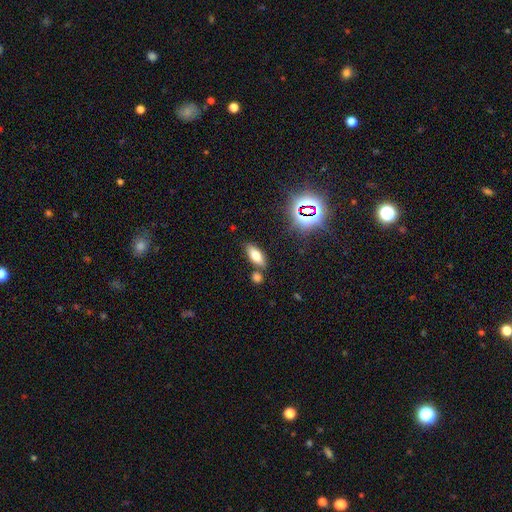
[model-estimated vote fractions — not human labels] This is likely a smooth galaxy (71%). How rounded: likely in between (80%). Merging: likely none (74%).